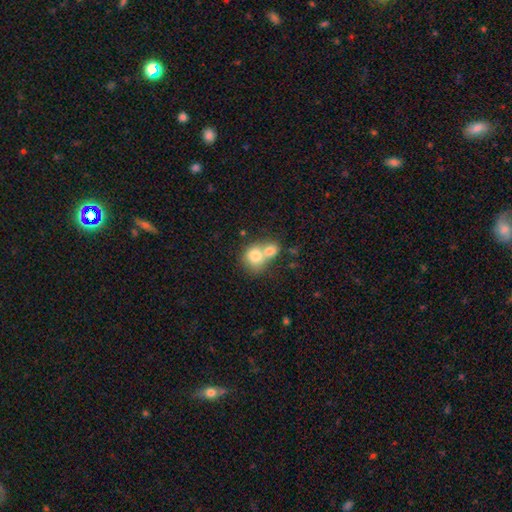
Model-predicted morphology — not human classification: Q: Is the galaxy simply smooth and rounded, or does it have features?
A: smooth — 75%.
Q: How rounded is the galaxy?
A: round — 65%.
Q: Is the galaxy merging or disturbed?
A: merger — 69%.